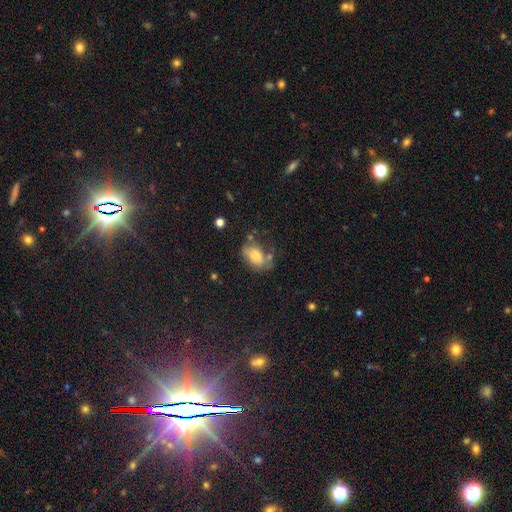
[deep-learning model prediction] The model was most divided on "merging": none: 45%, minor disturbance: 27%, major disturbance: 15%, merger: 12%. More confident: how rounded — in between (87%); smooth or featured — smooth (72%).